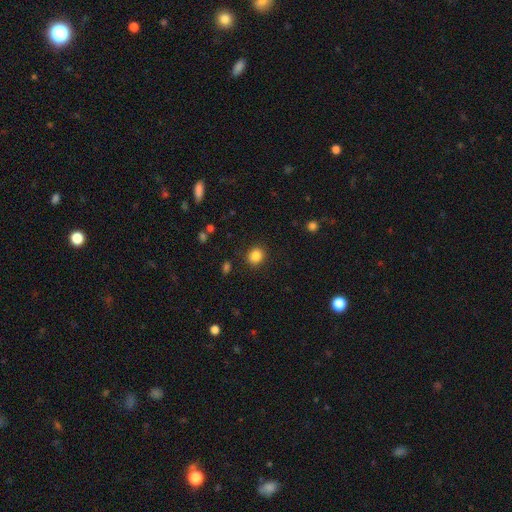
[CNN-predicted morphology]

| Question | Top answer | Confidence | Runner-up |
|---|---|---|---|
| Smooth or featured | smooth | 85% | star or artifact (11%) |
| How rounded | round | 76% | in between (23%) |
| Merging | none | 88% | minor disturbance (8%) |